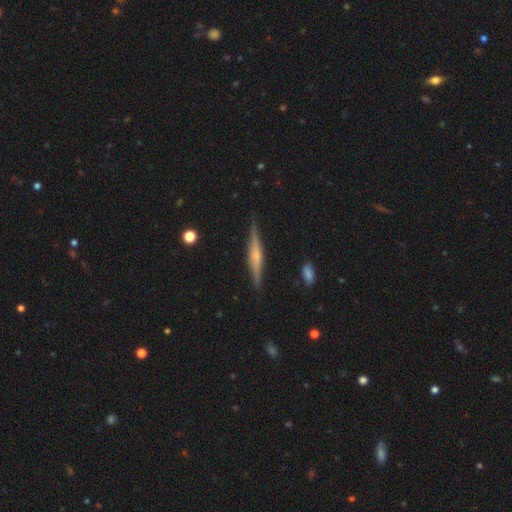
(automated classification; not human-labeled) This is likely a featured or disk galaxy (67%). It is clearly viewed edge-on (97%). Edge-on bulge: possibly rounded (57%). Merging: clearly none (88%).